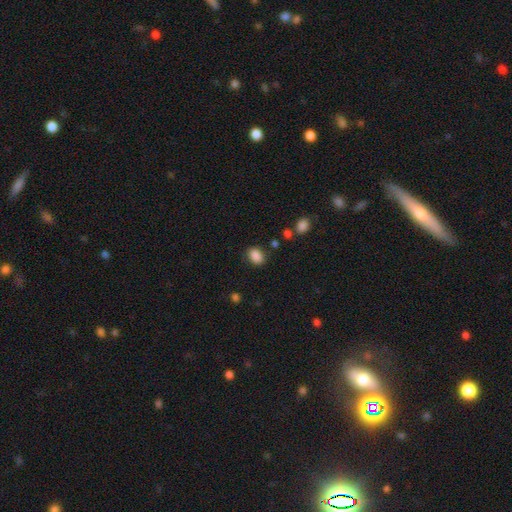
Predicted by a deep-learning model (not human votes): A smooth galaxy with no disk features (87%) that is in between round and cigar-shaped (73%). Merging: none (82%).